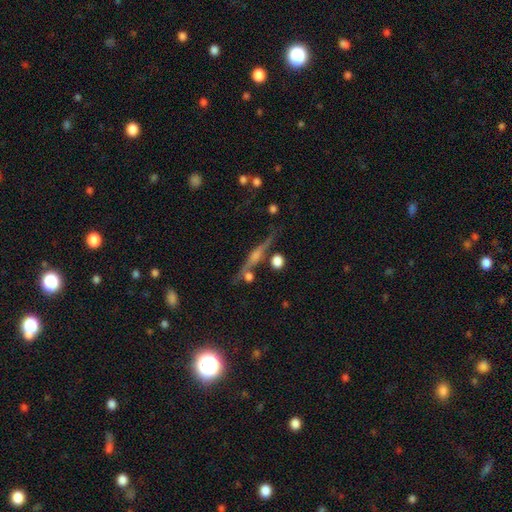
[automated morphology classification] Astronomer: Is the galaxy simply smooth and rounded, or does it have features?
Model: featured or disk — 74%.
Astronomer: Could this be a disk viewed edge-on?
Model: yes — 95%.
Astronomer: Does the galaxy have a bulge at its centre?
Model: rounded — 80%.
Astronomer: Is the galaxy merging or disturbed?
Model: none — 77%.